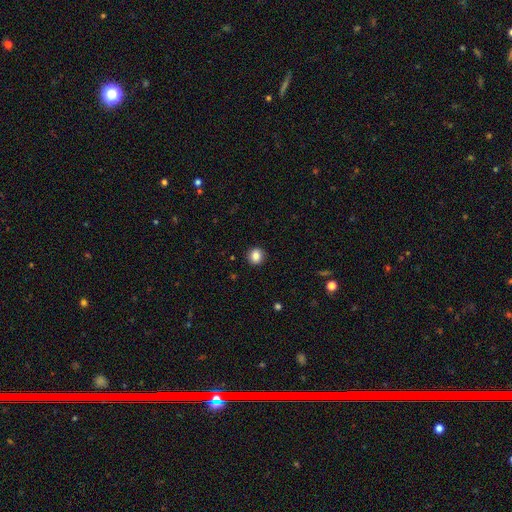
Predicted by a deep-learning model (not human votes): Q: Smooth or featured?
A: smooth (85%); runner-up: star or artifact (9%)
Q: How rounded?
A: round (85%); runner-up: in between (14%)
Q: Merging?
A: none (91%); runner-up: minor disturbance (6%)